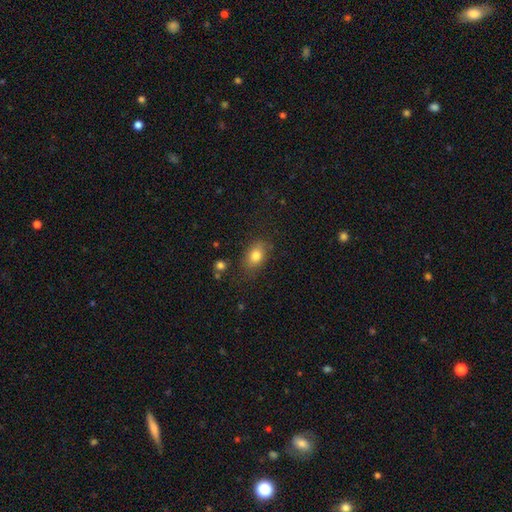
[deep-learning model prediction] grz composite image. It shows a smooth galaxy with no disk features (81%) that is in between round and cigar-shaped (79%). Merging: none (75%).